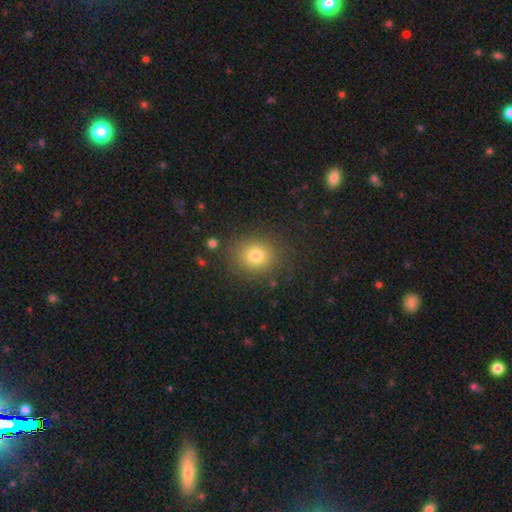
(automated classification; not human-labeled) This is likely a smooth galaxy (78%). How rounded: likely round (77%). Merging: clearly none (86%).